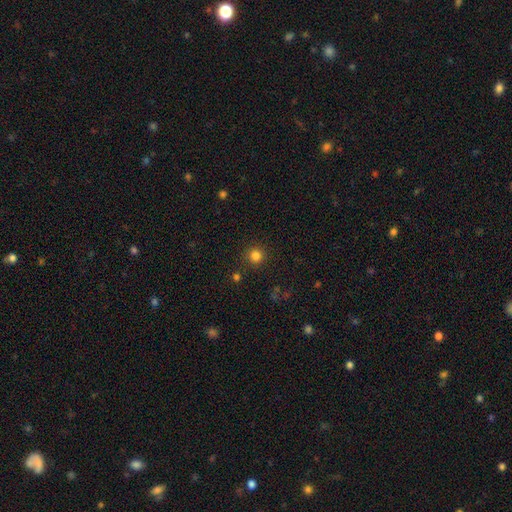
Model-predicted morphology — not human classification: A smooth galaxy with no disk features (82%) that is round (94%). Merging: none (88%).